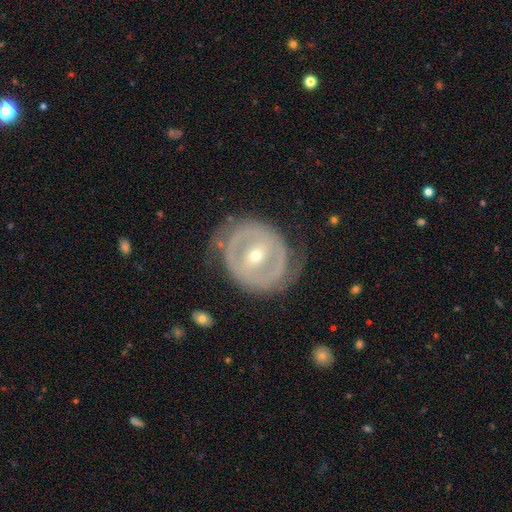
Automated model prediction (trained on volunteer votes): Smooth or featured? featured or disk (77%)
Edge-on disk? no (95%)
Bar? strong (35%)
Spiral arms? no (54%)
Bulge size? small (65%)
Merging? none (70%)